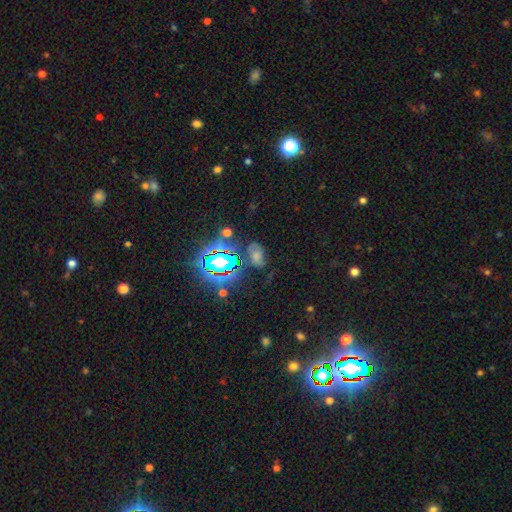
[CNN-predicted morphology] Smooth or featured?
  - smooth: 44% *
  - star or artifact: 37%
  - featured or disk: 19%
Merging?
  - none: 58% *
  - minor disturbance: 23%
  - major disturbance: 13%
  - merger: 5%